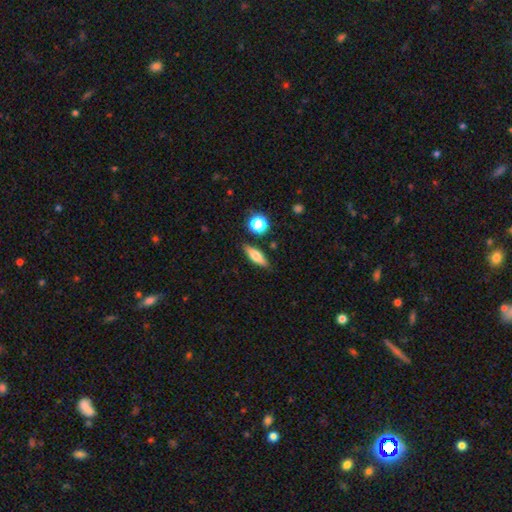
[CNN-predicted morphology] Smooth or featured: smooth — 62% (featured or disk — 29%)
How rounded: in between — 48% (cigar-shaped — 47%)
Merging: none — 85% (minor disturbance — 10%)